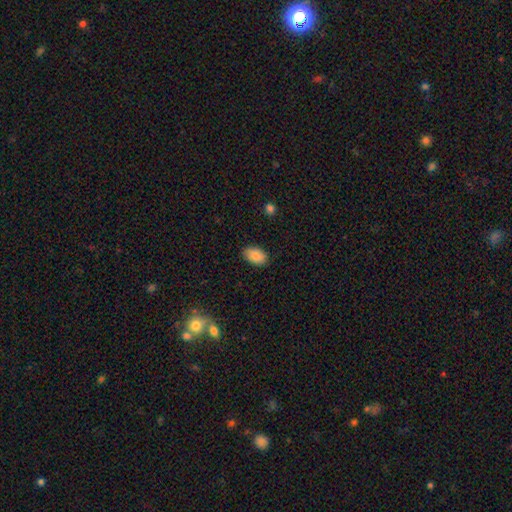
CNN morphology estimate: smooth-or-featured: smooth: 87% | star or artifact: 7% | featured or disk: 6%
  how-rounded: in between: 92% | round: 7% | cigar-shaped: 1%
  merging: none: 86% | minor disturbance: 11% | major disturbance: 2% | merger: 1%